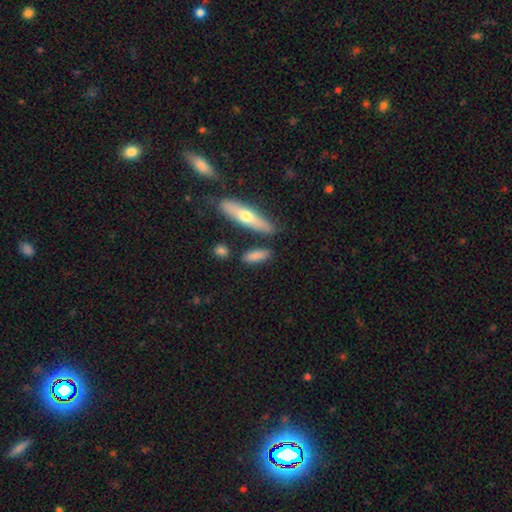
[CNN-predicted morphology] type=smooth (78%); roundness=in between (50%); merging=none (76%).